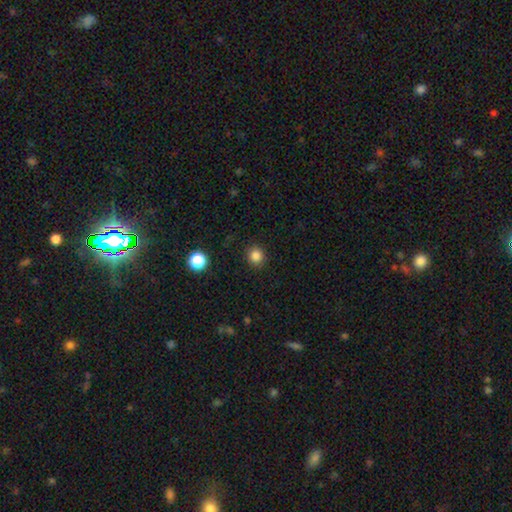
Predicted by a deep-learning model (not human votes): smooth_or_featured: smooth (p=0.84) [alt: star or artifact p=0.12]
how_rounded: round (p=0.89) [alt: in between p=0.10]
merging: none (p=0.91) [alt: minor disturbance p=0.06]